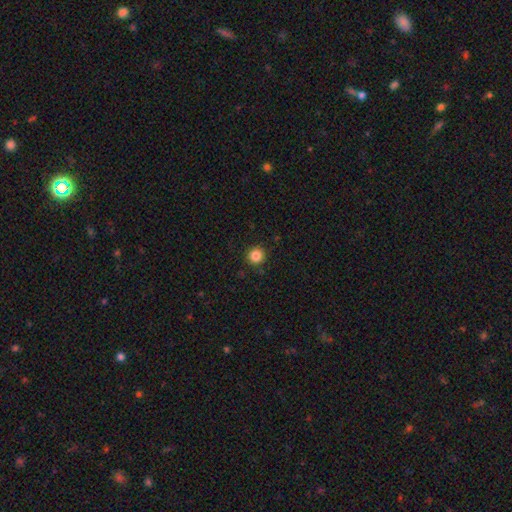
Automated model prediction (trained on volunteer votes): This is clearly a smooth galaxy (84%). How rounded: clearly round (94%). Merging: clearly none (91%).